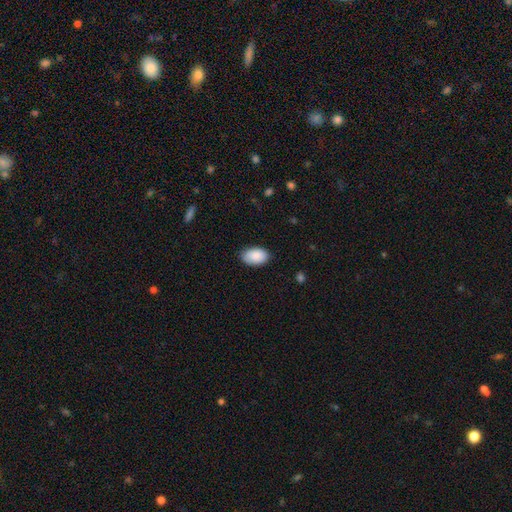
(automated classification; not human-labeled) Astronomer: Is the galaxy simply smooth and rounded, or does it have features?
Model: smooth — 89%.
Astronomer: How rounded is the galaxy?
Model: in between — 93%.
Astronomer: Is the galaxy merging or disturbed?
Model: none — 82%.